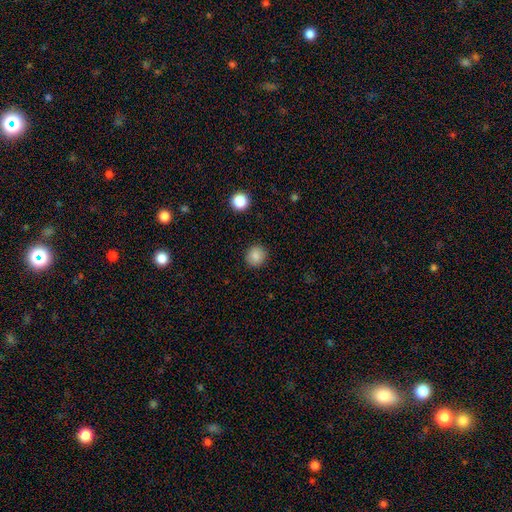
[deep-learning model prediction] The model was most divided on "smooth or featured": smooth: 86%, star or artifact: 10%, featured or disk: 4%. More confident: merging — none (91%); how rounded — round (91%).